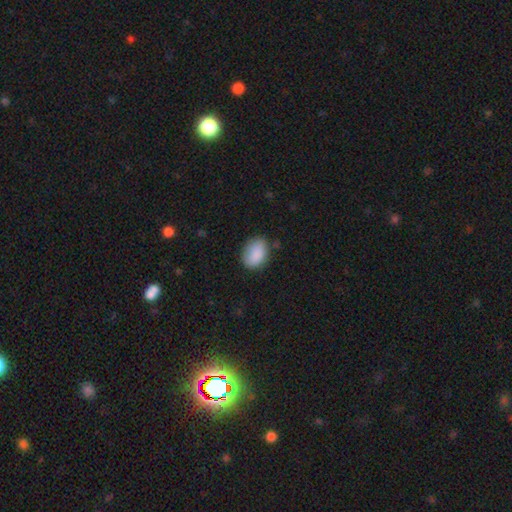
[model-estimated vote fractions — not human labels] This appears to be a smooth galaxy with no disk features (87%) that is in between round and cigar-shaped (78%). Merging: none (75%).